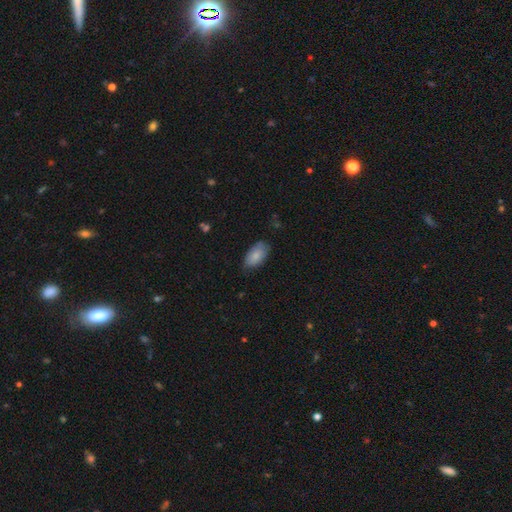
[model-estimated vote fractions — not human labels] This appears to be a smooth galaxy with no disk features (81%) that is in between round and cigar-shaped (94%). Merging: none (70%).